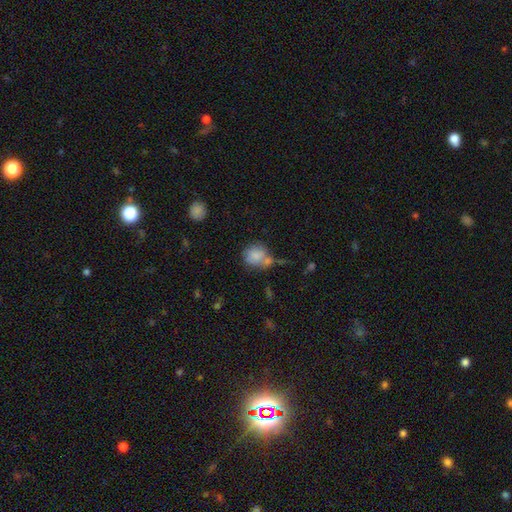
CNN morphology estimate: Smooth or featured?
  - smooth: 80% *
  - featured or disk: 12%
  - star or artifact: 8%
How rounded?
  - round: 76% *
  - in between: 23%
  - cigar-shaped: 1%
Merging?
  - none: 43% *
  - merger: 31%
  - minor disturbance: 18%
  - major disturbance: 8%